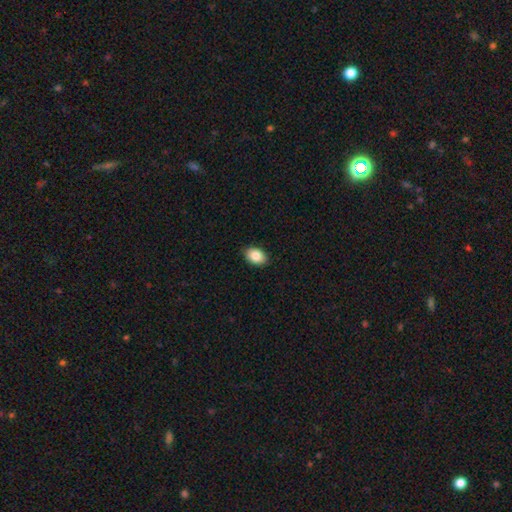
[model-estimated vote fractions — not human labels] Smooth or featured? smooth (86%)
How rounded? in between (83%)
Merging? none (89%)